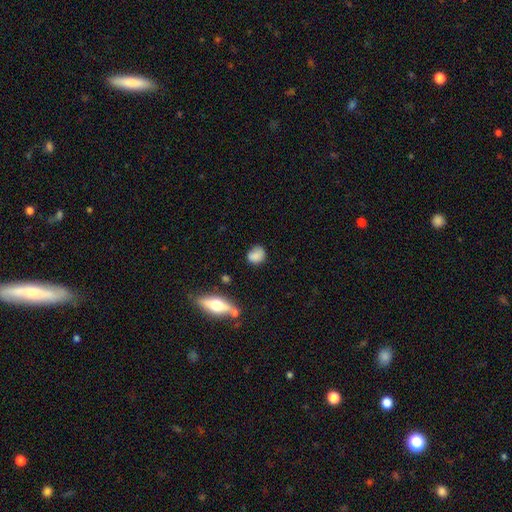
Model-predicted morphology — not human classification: Smooth or featured: smooth — 81% (featured or disk — 10%)
How rounded: round — 64% (in between — 34%)
Merging: none — 68% (minor disturbance — 23%)